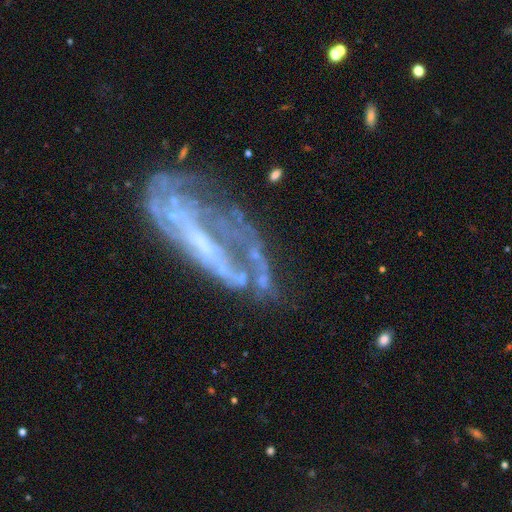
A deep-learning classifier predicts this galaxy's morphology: smooth-or-featured: featured or disk: 75% | smooth: 15% | star or artifact: 10%
  disk-edge-on: no: 83% | yes: 17%
    bar: no: 45% | weak: 29% | strong: 26%
    has-spiral-arms: yes: 57% | no: 43%
    bulge-size: none: 44% | small: 36% | moderate: 16% | large: 3% | dominant: 1%
  merging: none: 41% | major disturbance: 30% | minor disturbance: 22% | merger: 7%